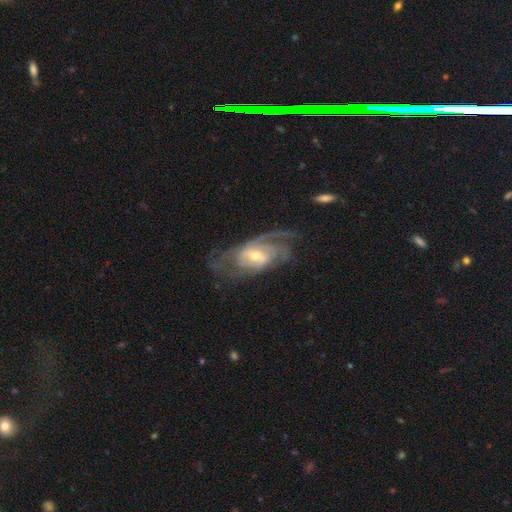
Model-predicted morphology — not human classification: smooth-or-featured: featured or disk: 86% | smooth: 8% | star or artifact: 5%
  disk-edge-on: no: 94% | yes: 6%
    bar: weak: 45% | no: 38% | strong: 18%
    has-spiral-arms: yes: 95% | no: 5%
      spiral-winding: tight: 47% | medium: 39% | loose: 14%
      spiral-arm-count: 2: 33% | can't tell: 28% | 3: 21% | 4: 7% | 1: 6% | more than 4: 5%
    bulge-size: moderate: 56% | small: 39% | large: 3% | none: 1% | dominant: 1%
  merging: none: 63% | minor disturbance: 19% | major disturbance: 16% | merger: 2%